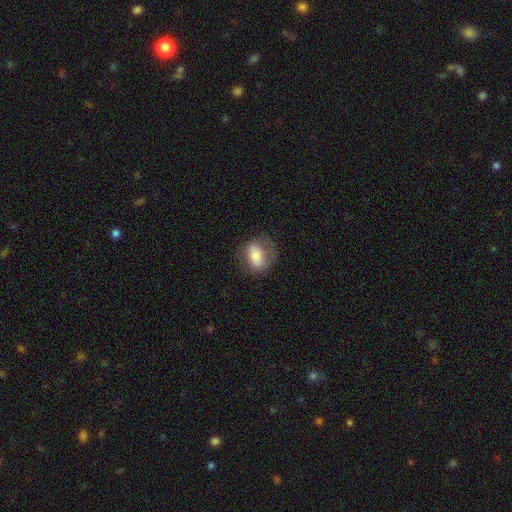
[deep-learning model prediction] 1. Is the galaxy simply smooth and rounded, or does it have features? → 70% smooth, 22% featured or disk, 8% star or artifact.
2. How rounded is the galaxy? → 66% in between, 32% round, 2% cigar-shaped.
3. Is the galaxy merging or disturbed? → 63% none, 22% minor disturbance, 13% major disturbance, 1% merger.